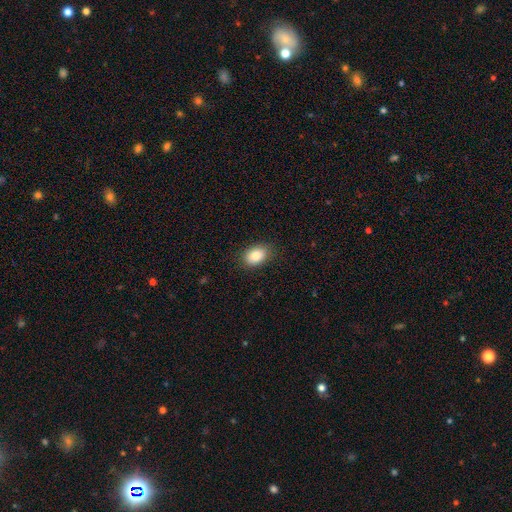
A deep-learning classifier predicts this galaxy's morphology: Smooth or featured: smooth — 84% (star or artifact — 8%)
How rounded: in between — 80% (round — 18%)
Merging: none — 86% (minor disturbance — 10%)